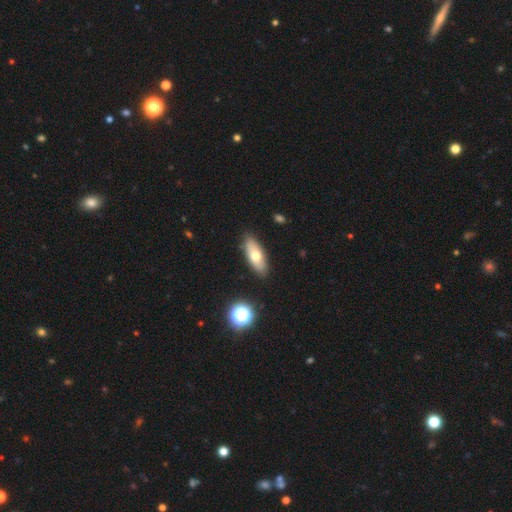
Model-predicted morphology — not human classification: Smooth or featured? Predicted: smooth (p=0.63). How rounded? Predicted: in between (p=0.74). Merging? Predicted: none (p=0.86).